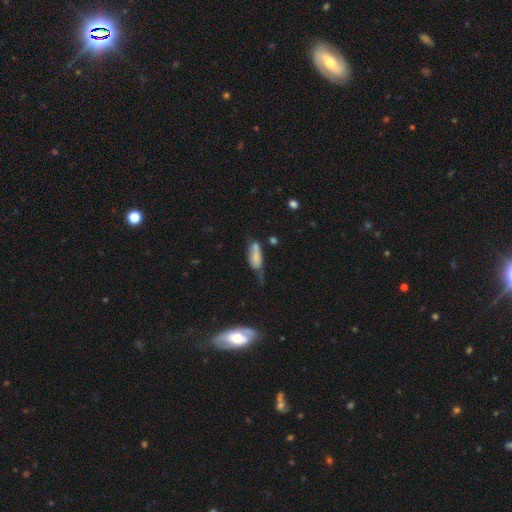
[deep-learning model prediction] smooth-or-featured: smooth: 66% | featured or disk: 25% | star or artifact: 9%
  how-rounded: in between: 70% | cigar-shaped: 27% | round: 3%
  merging: minor disturbance: 32% | major disturbance: 28% | none: 25% | merger: 15%